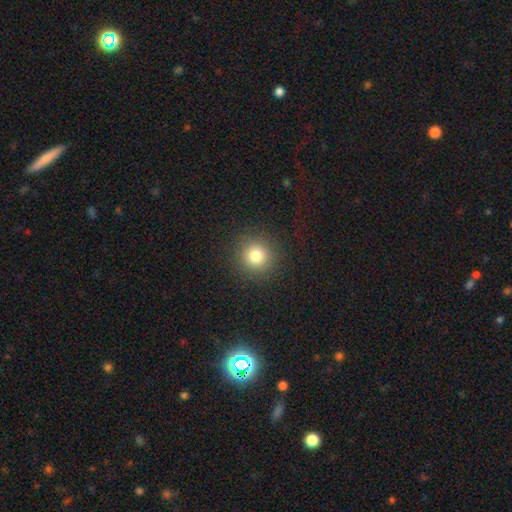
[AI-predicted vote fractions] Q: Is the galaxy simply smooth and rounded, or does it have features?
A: smooth — 79%.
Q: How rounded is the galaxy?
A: round — 94%.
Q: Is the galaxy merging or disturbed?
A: none — 91%.